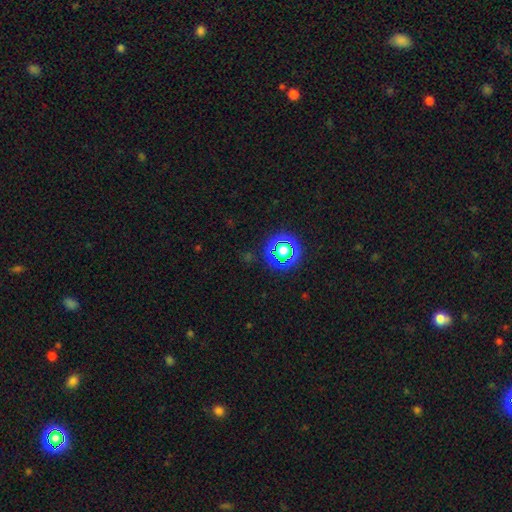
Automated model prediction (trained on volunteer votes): Overall: star or artifact (75%).